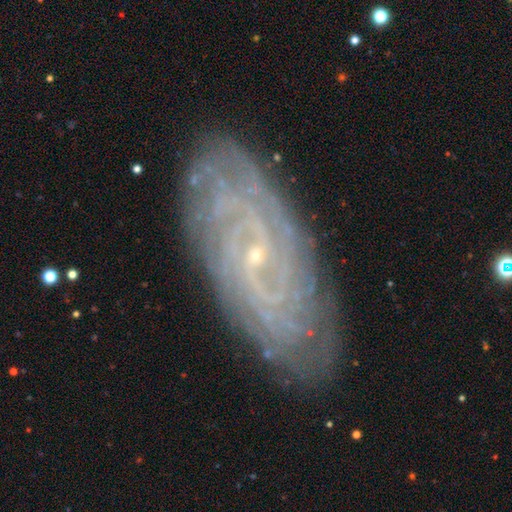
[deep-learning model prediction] Overall: featured or disk (86%). Edge-on disk: no (94%). Bar: no (45%; weak 40%). Spiral arms: yes (98%). Spiral arm count: can't tell (29%; more than 4 19%). Spiral winding: tight (79%). Bulge size: small (87%). Merging: none (86%).